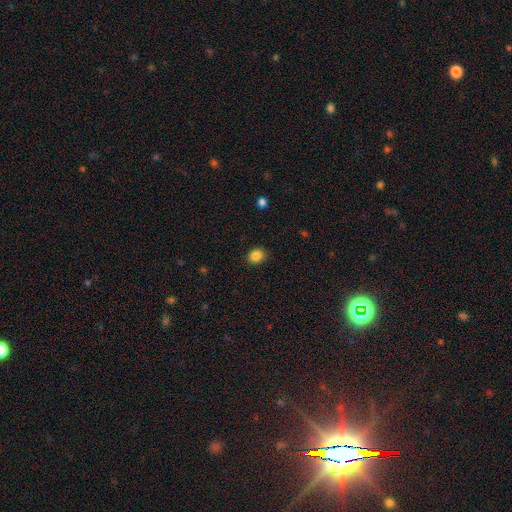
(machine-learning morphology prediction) Smooth or featured? smooth (86%)
How rounded? round (66%)
Merging? none (88%)